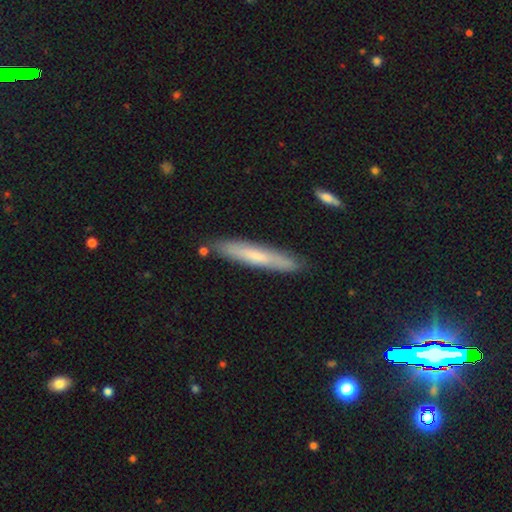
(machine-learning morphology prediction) smooth_or_featured: smooth (p=0.61) [alt: featured or disk p=0.33]
how_rounded: cigar-shaped (p=0.92) [alt: in between p=0.07]
merging: none (p=0.84) [alt: minor disturbance p=0.11]